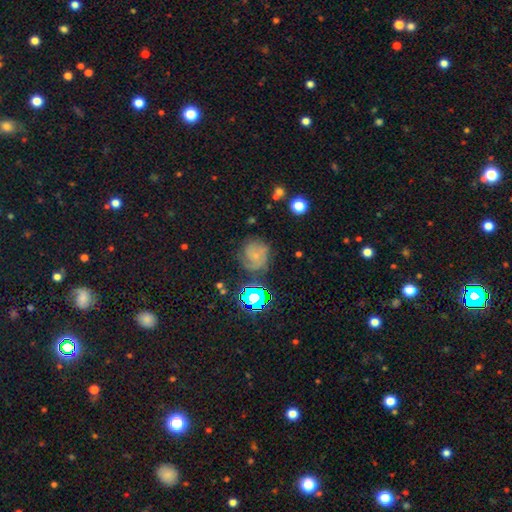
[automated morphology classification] Smooth or featured: featured or disk — 54% (smooth — 26%)
Edge-on disk: no — 97% (yes — 3%)
Bar: no — 76% (weak — 19%)
Spiral arms: yes — 91% (no — 9%)
Bulge size: small — 69% (moderate — 18%)
Merging: none — 64% (minor disturbance — 21%)